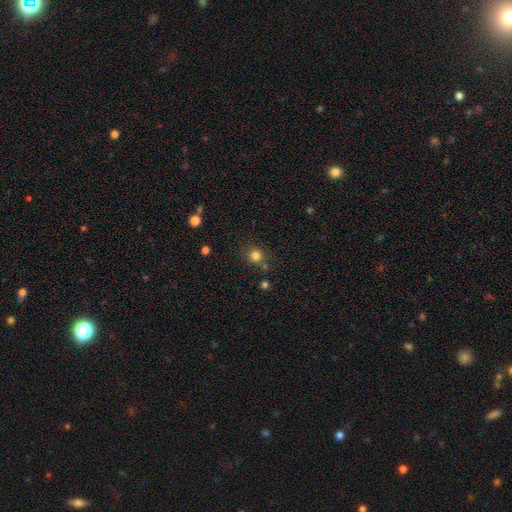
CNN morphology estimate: A smooth galaxy with no disk features (81%) that is round (88%). Merging: none (78%).